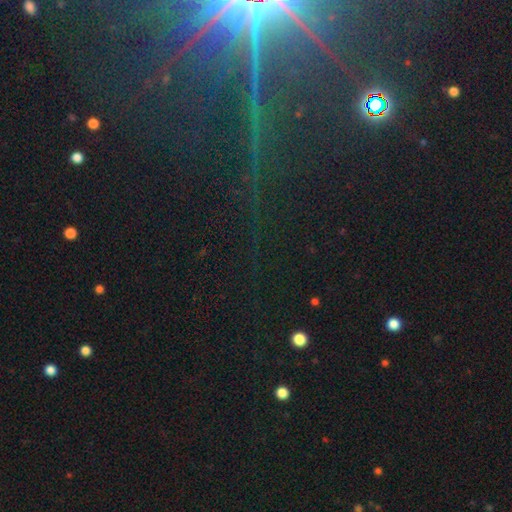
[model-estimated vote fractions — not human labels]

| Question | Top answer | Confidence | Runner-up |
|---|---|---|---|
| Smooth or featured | star or artifact | 79% | featured or disk (10%) |